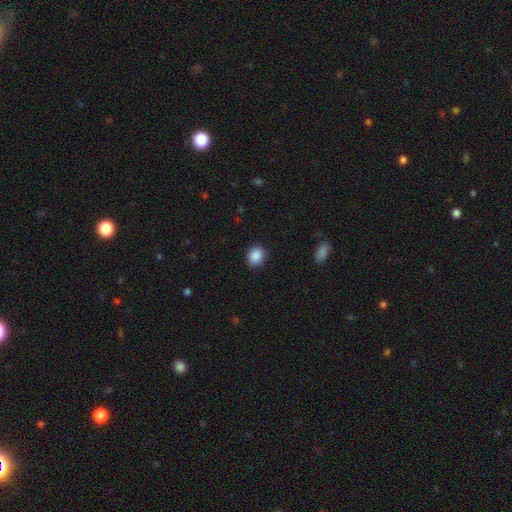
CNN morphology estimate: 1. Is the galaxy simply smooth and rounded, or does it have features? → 89% smooth, 8% star or artifact, 3% featured or disk.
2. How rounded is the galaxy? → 62% round, 37% in between, 1% cigar-shaped.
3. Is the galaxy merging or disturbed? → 89% none, 8% minor disturbance, 2% major disturbance, 1% merger.